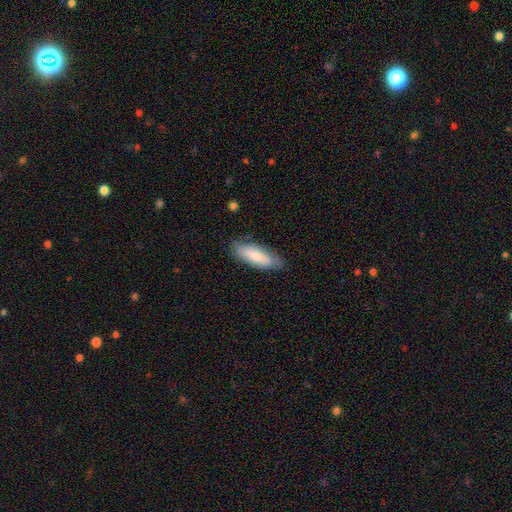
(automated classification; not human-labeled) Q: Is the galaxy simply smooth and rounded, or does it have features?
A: smooth — 74%.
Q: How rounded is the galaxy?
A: in between — 62%.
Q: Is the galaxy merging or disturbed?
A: none — 82%.